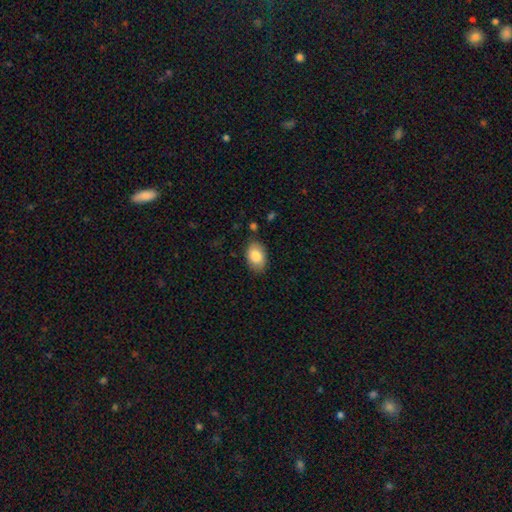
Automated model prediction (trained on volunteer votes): A smooth galaxy with no disk features (84%) that is in between round and cigar-shaped (89%). Merging: none (83%).